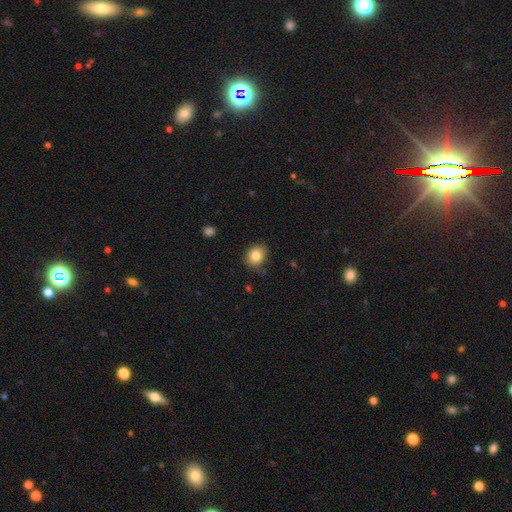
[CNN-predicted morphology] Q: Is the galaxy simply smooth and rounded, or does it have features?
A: smooth — 82%.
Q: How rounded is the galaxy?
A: round — 65%.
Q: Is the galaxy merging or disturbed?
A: none — 80%.